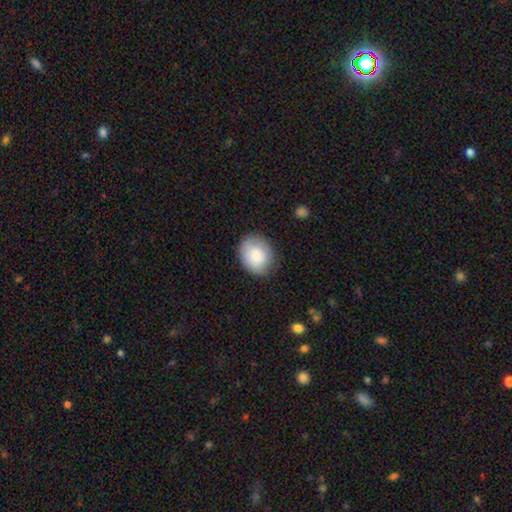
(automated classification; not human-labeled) Smooth or featured? Predicted: smooth (p=0.85). How rounded? Predicted: in between (p=0.50). Merging? Predicted: none (p=0.79).